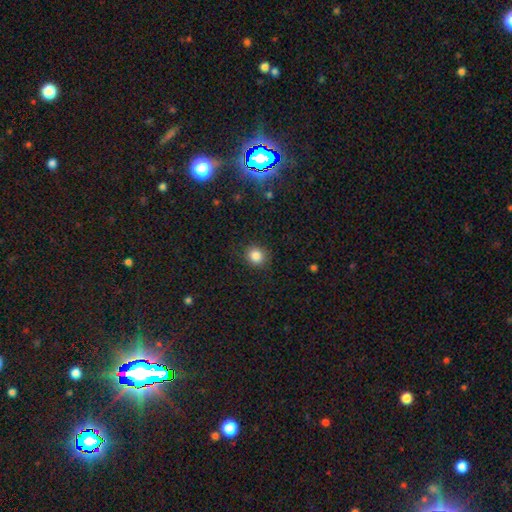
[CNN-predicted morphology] smooth_or_featured: smooth (p=0.84) [alt: star or artifact p=0.11]
how_rounded: round (p=0.85) [alt: in between p=0.14]
merging: none (p=0.87) [alt: minor disturbance p=0.09]